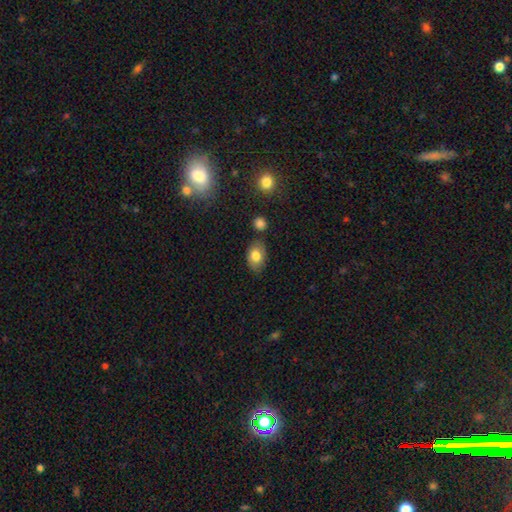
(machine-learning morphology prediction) smooth_or_featured: smooth (p=0.80) [alt: featured or disk p=0.12]
how_rounded: in between (p=0.84) [alt: round p=0.14]
merging: none (p=0.76) [alt: minor disturbance p=0.16]